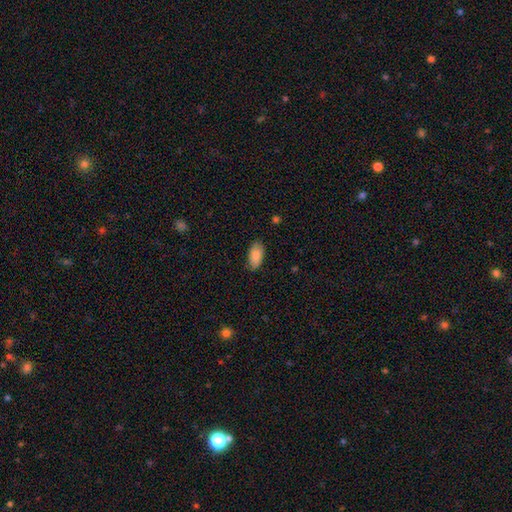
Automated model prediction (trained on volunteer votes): The model was most divided on "merging": none: 79%, minor disturbance: 16%, major disturbance: 3%, merger: 1%. More confident: how rounded — in between (92%); smooth or featured — smooth (88%).